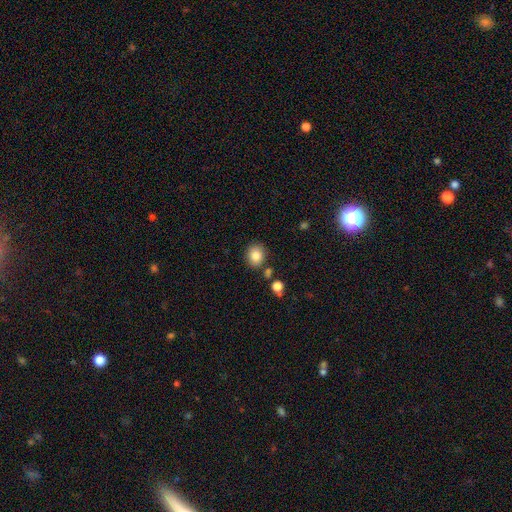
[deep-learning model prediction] Overall: smooth (84%). How rounded: round (72%). Merging: none (81%).